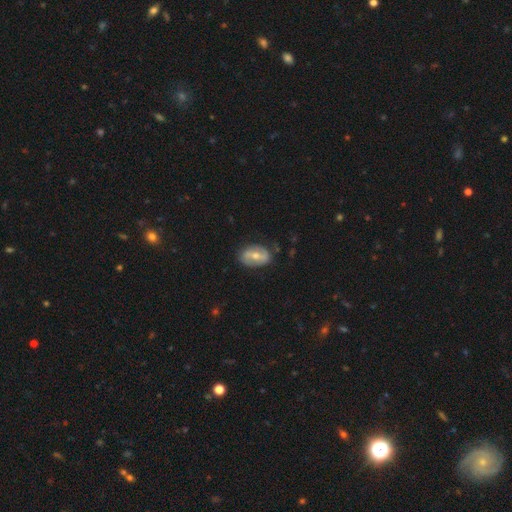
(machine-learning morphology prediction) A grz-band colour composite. It shows a featured or disk galaxy (60%) with a weak bar (40%), spiral arms (61%) and a moderate central bulge (67%). Merging: none (80%).